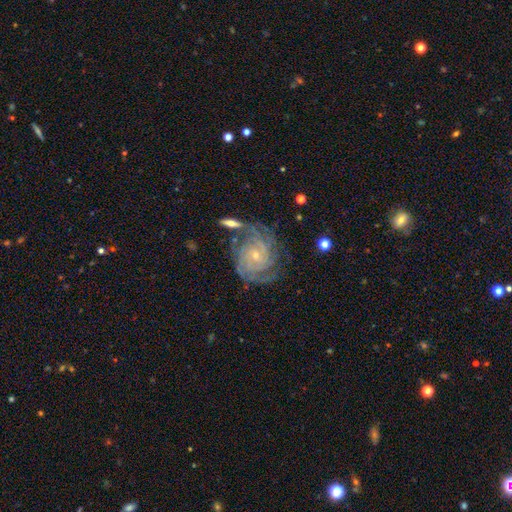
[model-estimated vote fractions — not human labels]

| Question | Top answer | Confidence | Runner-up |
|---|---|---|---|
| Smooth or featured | featured or disk | 88% | smooth (6%) |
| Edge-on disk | no | 97% | yes (3%) |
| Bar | no | 67% | weak (26%) |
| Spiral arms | yes | 97% | no (3%) |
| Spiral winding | tight | 75% | medium (21%) |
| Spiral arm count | can't tell | 24% | 3 (22%) |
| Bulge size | small | 77% | moderate (20%) |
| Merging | none | 66% | minor disturbance (17%) |